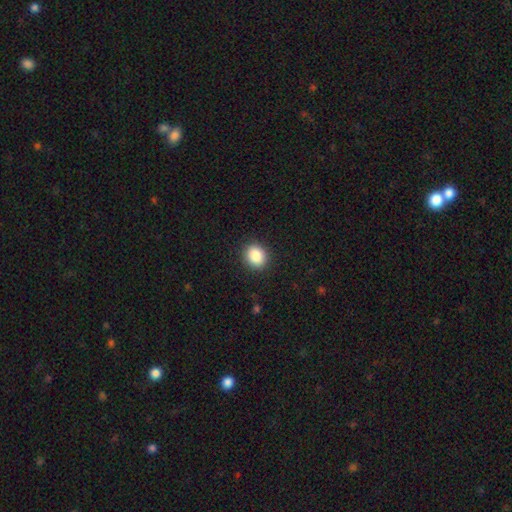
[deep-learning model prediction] Overall: smooth (87%). How rounded: round (64%; in between 35%). Merging: none (90%).